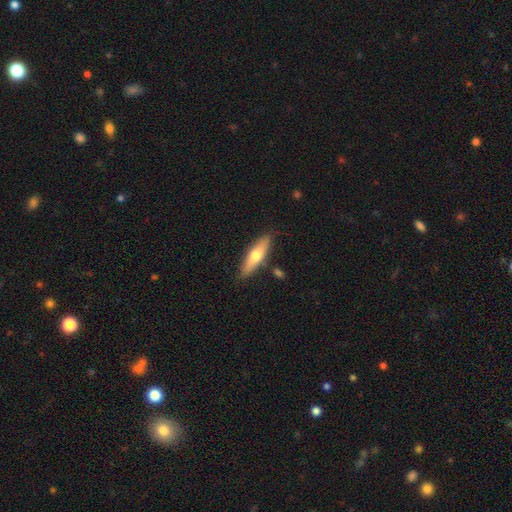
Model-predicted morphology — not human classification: type=smooth (56%); roundness=cigar-shaped (64%); merging=none (83%).